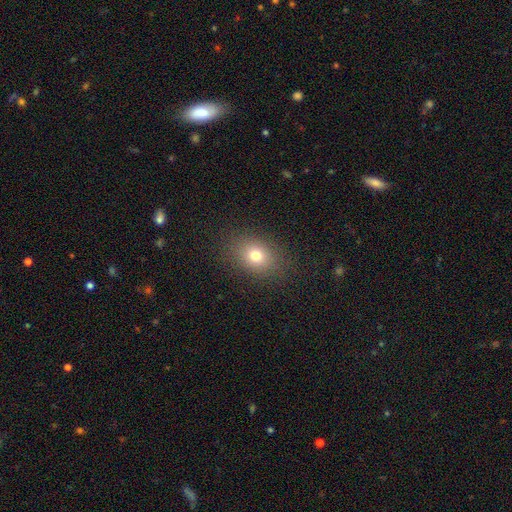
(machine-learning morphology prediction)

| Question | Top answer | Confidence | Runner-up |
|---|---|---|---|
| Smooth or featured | smooth | 75% | star or artifact (14%) |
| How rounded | in between | 55% | round (44%) |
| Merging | none | 86% | minor disturbance (9%) |